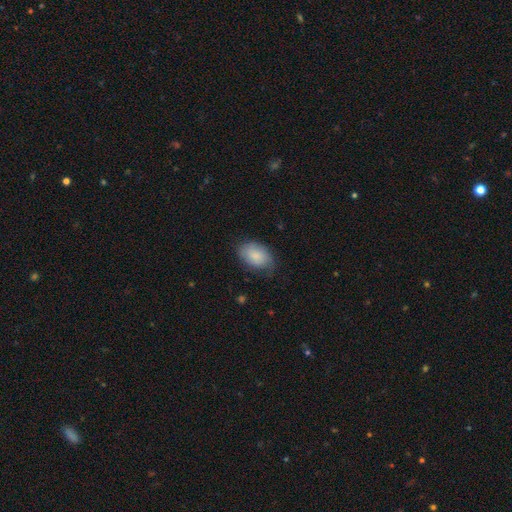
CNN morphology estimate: The model was most divided on "merging": none: 65%, minor disturbance: 27%, major disturbance: 7%, merger: 1%. More confident: how rounded — in between (89%); smooth or featured — smooth (80%).